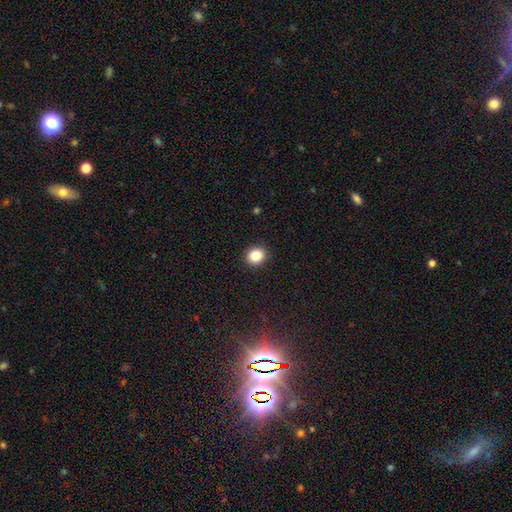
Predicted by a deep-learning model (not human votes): Smooth or featured?
  - smooth: 85% *
  - star or artifact: 10%
  - featured or disk: 5%
How rounded?
  - round: 72% *
  - in between: 27%
  - cigar-shaped: 1%
Merging?
  - none: 91% *
  - minor disturbance: 6%
  - major disturbance: 2%
  - merger: 1%